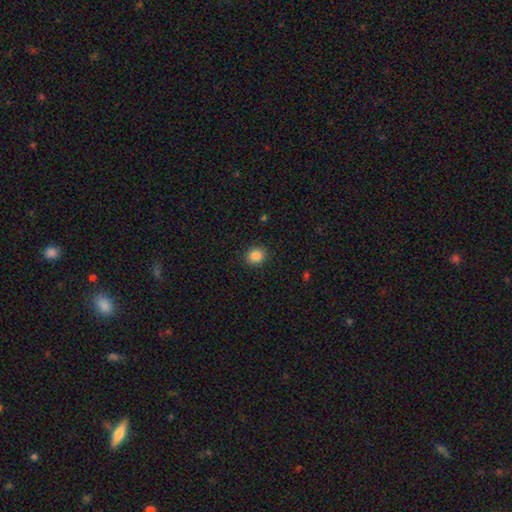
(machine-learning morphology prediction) This is clearly a smooth galaxy (85%). How rounded: likely round (78%). Merging: clearly none (91%).